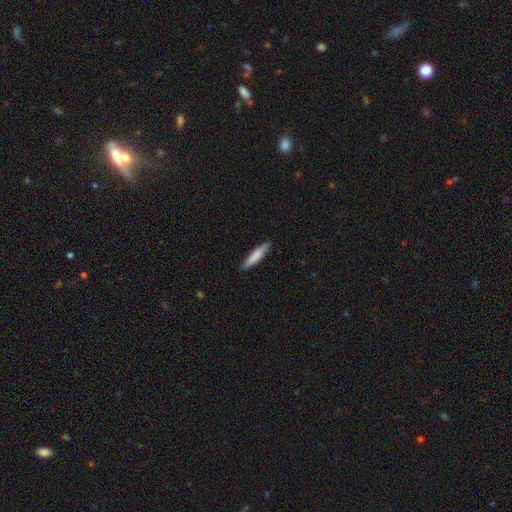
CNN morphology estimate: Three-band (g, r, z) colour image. It shows a smooth galaxy with no disk features (77%) that is cigar-shaped (87%). Merging: none (86%).